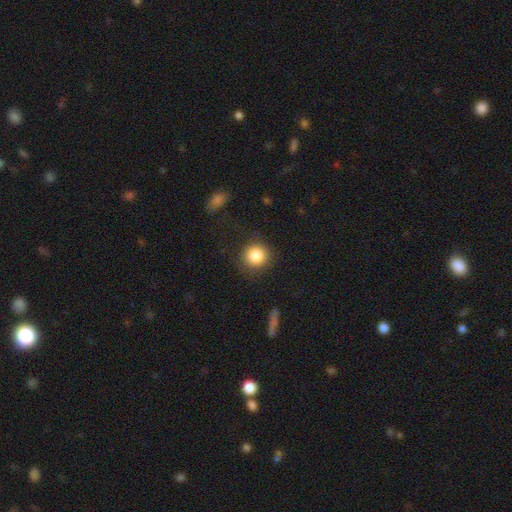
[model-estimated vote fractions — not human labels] Overall: smooth (85%). How rounded: round (92%). Merging: none (85%).